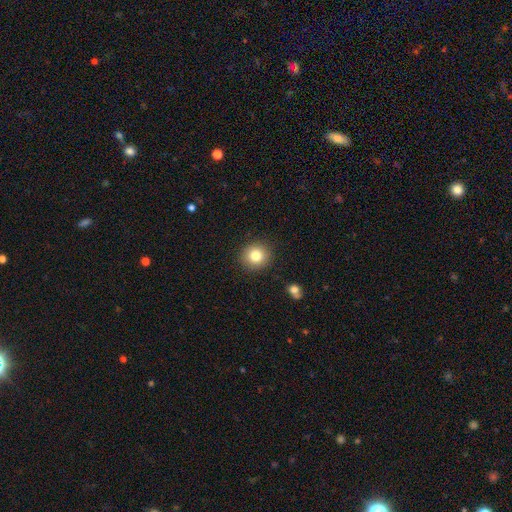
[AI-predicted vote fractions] Smooth or featured: smooth — 81% (star or artifact — 11%)
How rounded: round — 89% (in between — 10%)
Merging: none — 90% (minor disturbance — 6%)